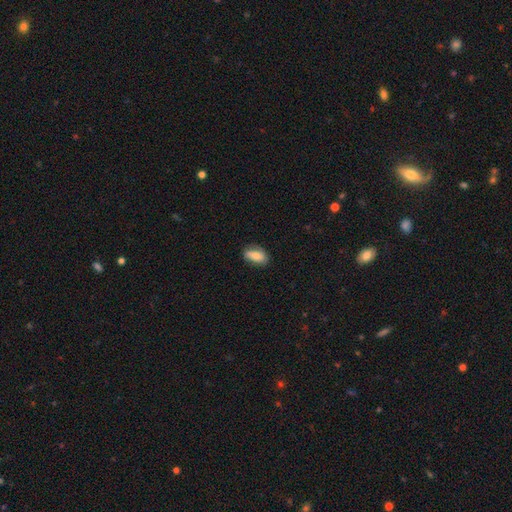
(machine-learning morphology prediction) type=smooth (76%); roundness=in between (89%); merging=none (74%).